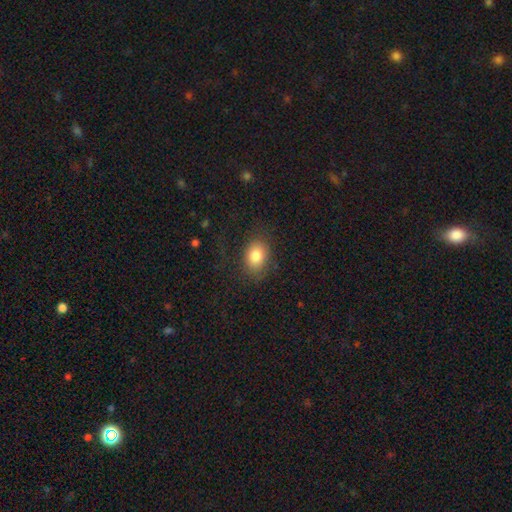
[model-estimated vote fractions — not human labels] A smooth galaxy with no disk features (82%) that is in between round and cigar-shaped (70%). Merging: none (74%).